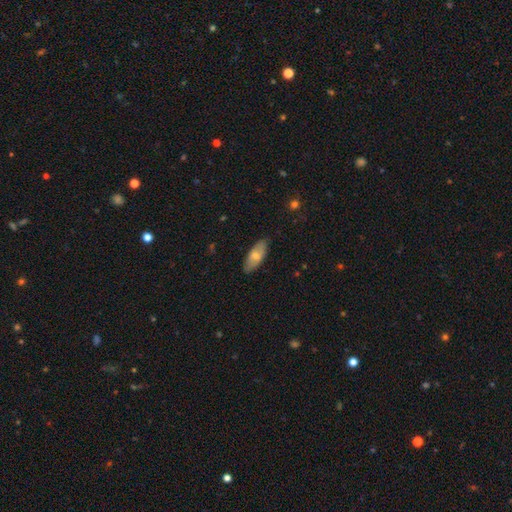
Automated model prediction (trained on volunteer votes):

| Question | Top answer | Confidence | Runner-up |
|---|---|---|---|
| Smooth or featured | smooth | 68% | featured or disk (27%) |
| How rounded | in between | 81% | cigar-shaped (17%) |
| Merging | none | 84% | minor disturbance (13%) |